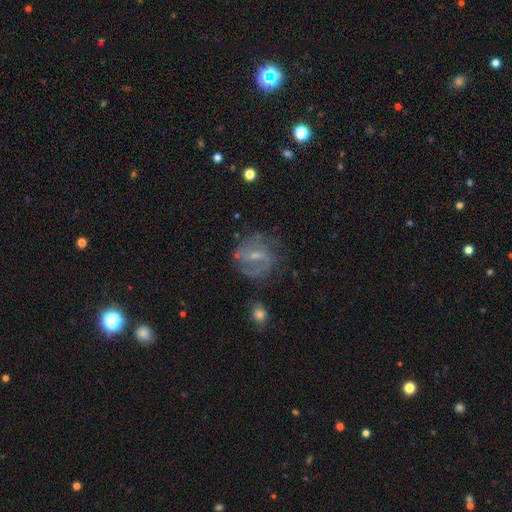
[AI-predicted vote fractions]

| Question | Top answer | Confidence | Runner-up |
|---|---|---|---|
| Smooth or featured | featured or disk | 76% | smooth (16%) |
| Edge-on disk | no | 97% | yes (3%) |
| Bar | weak | 56% | no (22%) |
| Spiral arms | yes | 87% | no (13%) |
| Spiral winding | medium | 47% | tight (27%) |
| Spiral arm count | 2 | 59% | can't tell (20%) |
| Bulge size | small | 59% | moderate (29%) |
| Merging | none | 63% | minor disturbance (20%) |